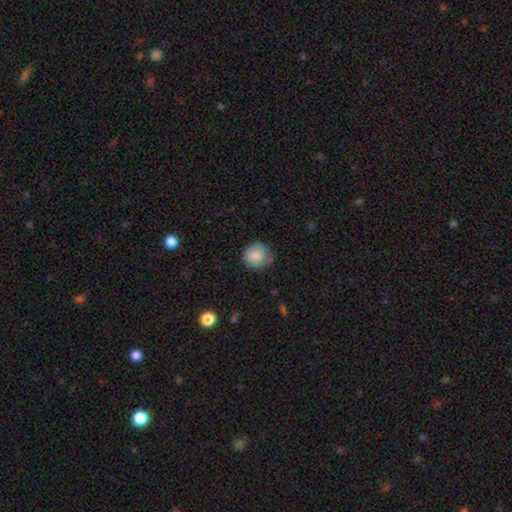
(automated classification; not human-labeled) Smooth or featured: smooth — 86% (star or artifact — 8%)
How rounded: round — 92% (in between — 7%)
Merging: none — 76% (minor disturbance — 19%)